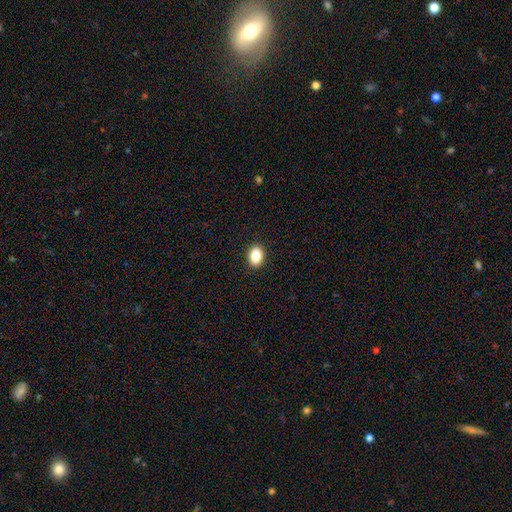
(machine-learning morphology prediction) This is clearly a smooth galaxy (87%). How rounded: clearly in between (82%). Merging: clearly none (91%).